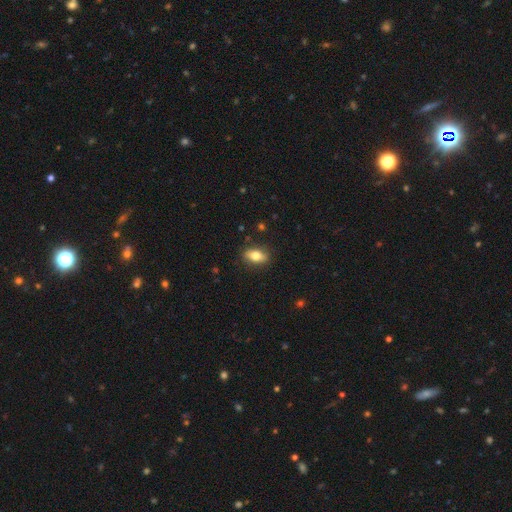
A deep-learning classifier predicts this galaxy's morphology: A smooth galaxy with no disk features (74%) that is in between round and cigar-shaped (82%).

Vote fractions:
- Smooth or featured? smooth: 74% / featured or disk: 18% / star or artifact: 7%
- How rounded? in between: 82% / cigar-shaped: 11% / round: 7%
- Merging? none: 86% / minor disturbance: 11% / major disturbance: 2% / merger: 1%